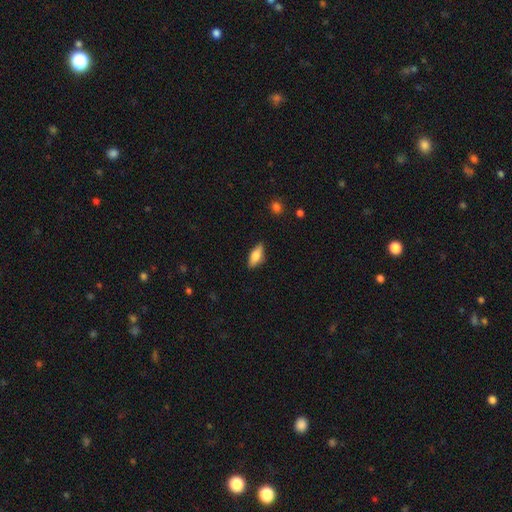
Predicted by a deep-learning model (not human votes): smooth-or-featured: smooth: 66% | featured or disk: 28% | star or artifact: 7%
  how-rounded: in between: 76% | cigar-shaped: 21% | round: 3%
  merging: none: 82% | minor disturbance: 14% | major disturbance: 3% | merger: 1%